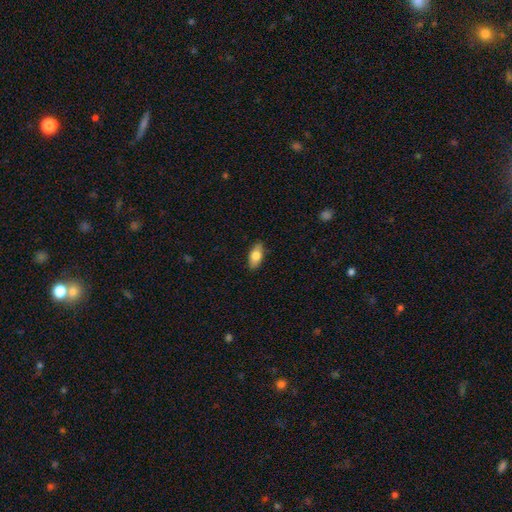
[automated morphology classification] A smooth galaxy with no disk features (77%) that is in between round and cigar-shaped (88%).

Vote fractions:
- Smooth or featured? smooth: 77% / featured or disk: 16% / star or artifact: 6%
- How rounded? in between: 88% / cigar-shaped: 9% / round: 3%
- Merging? none: 86% / minor disturbance: 11% / major disturbance: 2% / merger: 1%